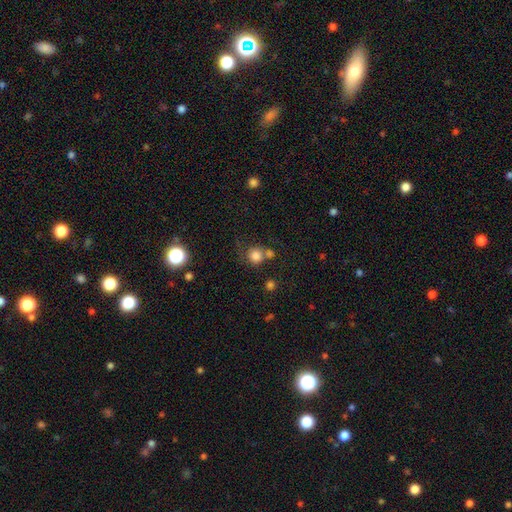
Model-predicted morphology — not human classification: The model was most divided on "merging": none: 54%, merger: 27%, minor disturbance: 12%, major disturbance: 7%. More confident: how rounded — round (89%); smooth or featured — smooth (80%).